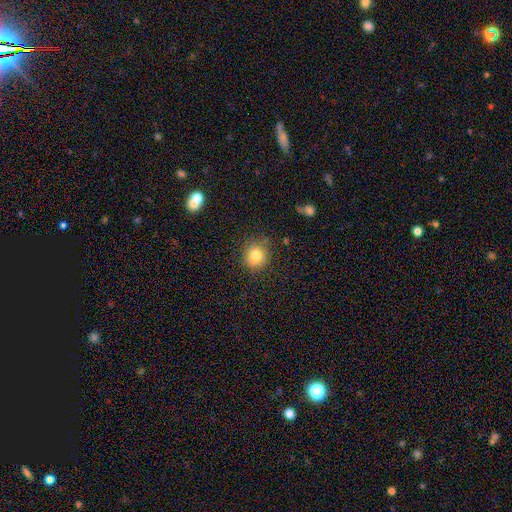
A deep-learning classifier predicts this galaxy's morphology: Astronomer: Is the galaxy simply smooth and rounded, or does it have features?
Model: smooth — 82%.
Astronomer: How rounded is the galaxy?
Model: round — 85%.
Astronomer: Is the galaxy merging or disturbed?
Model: none — 80%.